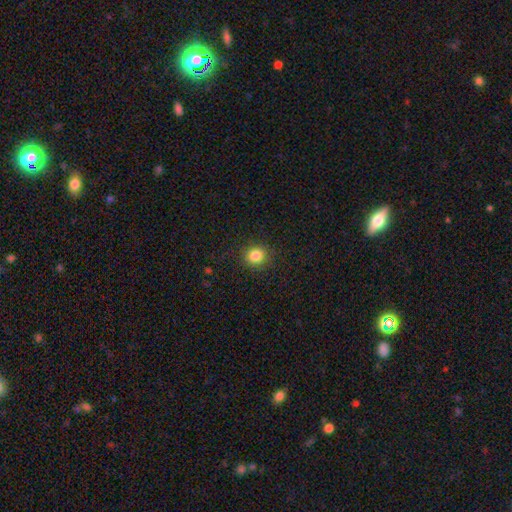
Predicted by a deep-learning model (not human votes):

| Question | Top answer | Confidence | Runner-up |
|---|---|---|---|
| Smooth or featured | smooth | 84% | star or artifact (11%) |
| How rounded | round | 83% | in between (16%) |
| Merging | none | 89% | minor disturbance (8%) |